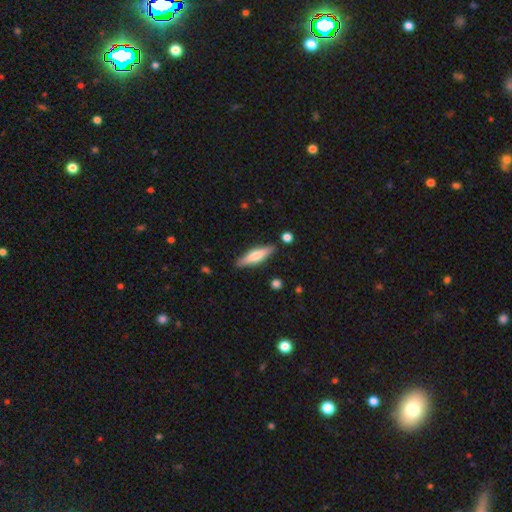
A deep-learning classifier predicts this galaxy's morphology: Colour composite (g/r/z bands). It shows a smooth galaxy with no disk features (60%) that is cigar-shaped (71%). Merging: none (86%).